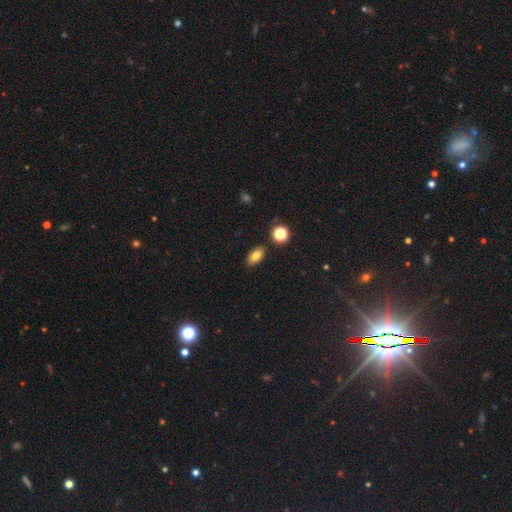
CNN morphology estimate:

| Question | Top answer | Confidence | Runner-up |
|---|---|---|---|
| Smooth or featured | smooth | 78% | featured or disk (11%) |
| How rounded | in between | 85% | round (7%) |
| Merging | none | 86% | minor disturbance (9%) |